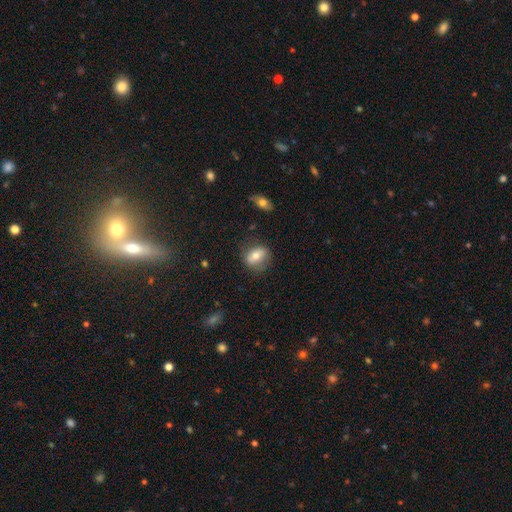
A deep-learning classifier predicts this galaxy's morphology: Smooth or featured? Predicted: smooth (p=0.65). How rounded? Predicted: in between (p=0.57). Merging? Predicted: none (p=0.73).